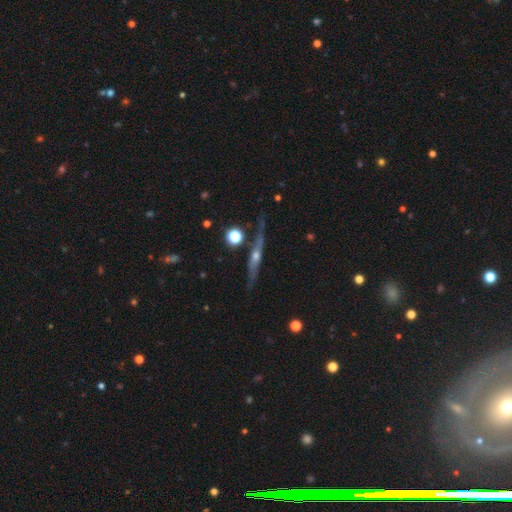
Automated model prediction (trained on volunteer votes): Smooth or featured: featured or disk — 76% (smooth — 15%)
Edge-on disk: yes — 94% (no — 6%)
Edge-on bulge: rounded — 85% (none — 11%)
Merging: none — 79% (minor disturbance — 14%)